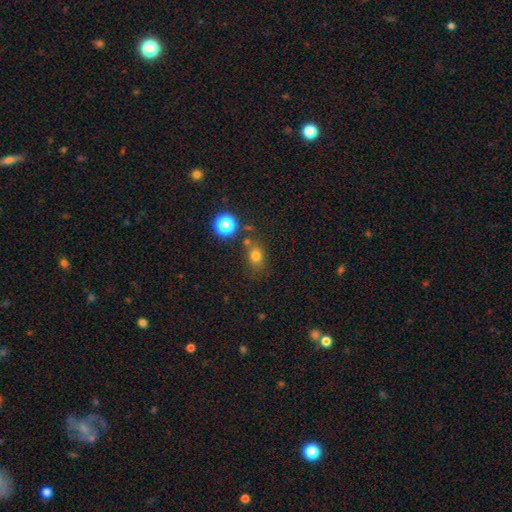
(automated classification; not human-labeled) Smooth or featured: smooth — 75% (star or artifact — 17%)
How rounded: round — 51% (in between — 47%)
Merging: none — 69% (minor disturbance — 15%)